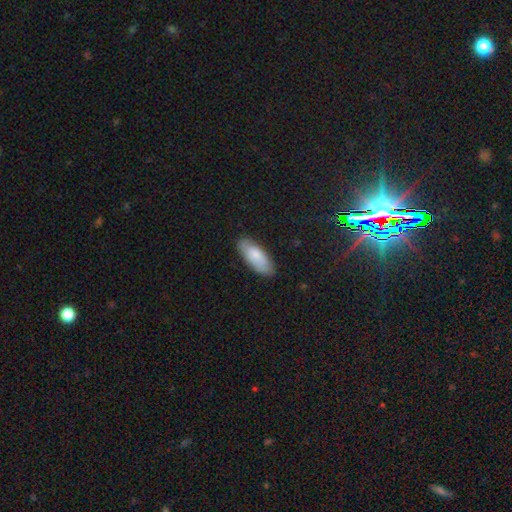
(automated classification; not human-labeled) This appears to be a smooth galaxy with no disk features (79%) that is in between round and cigar-shaped (78%). Merging: none (82%).